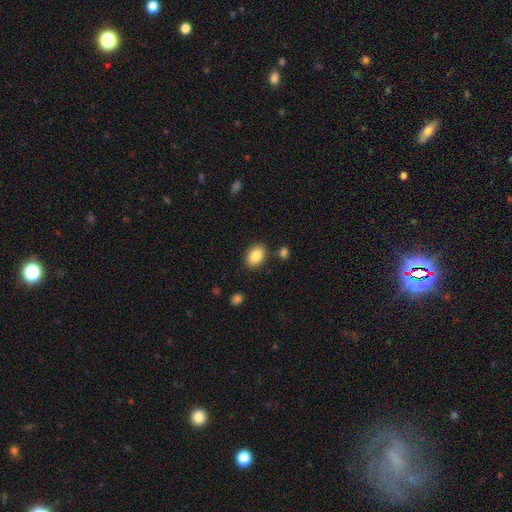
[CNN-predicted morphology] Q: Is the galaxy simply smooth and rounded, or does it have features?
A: smooth — 86%.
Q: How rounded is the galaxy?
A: in between — 83%.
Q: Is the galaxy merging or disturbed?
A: none — 84%.